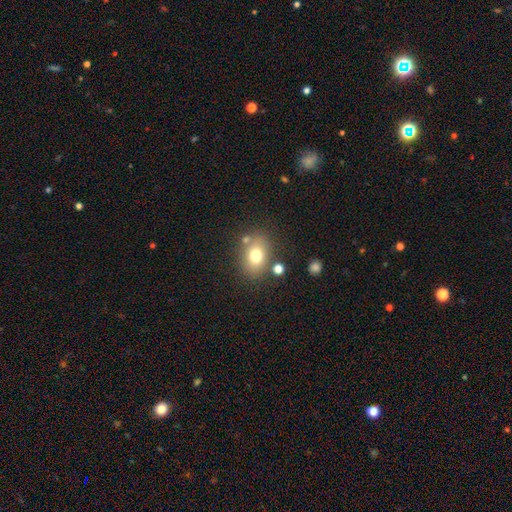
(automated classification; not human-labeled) Morphology: type=smooth (74%); roundness=in between (66%); merging=none (74%).